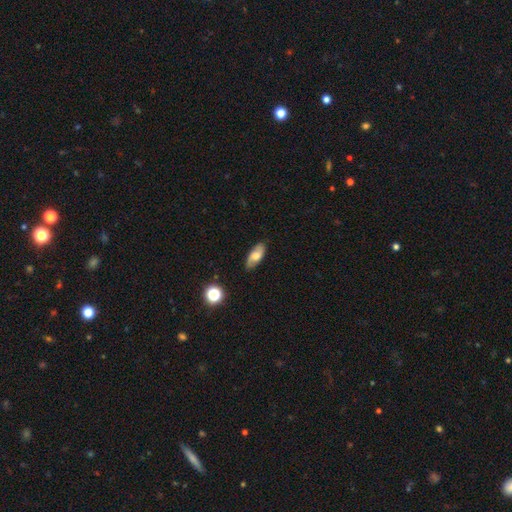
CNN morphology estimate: This appears to be a smooth galaxy with no disk features (49%). Merging: none (84%).